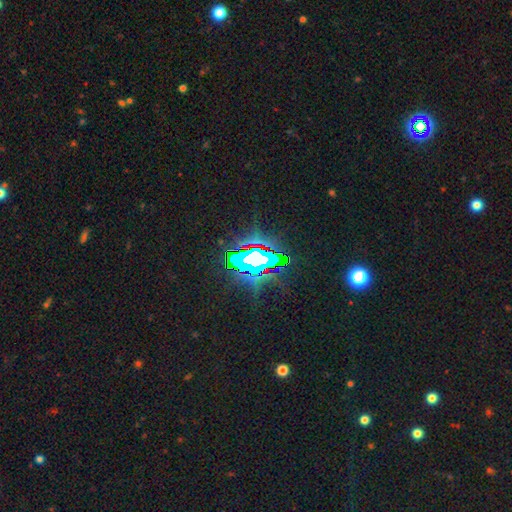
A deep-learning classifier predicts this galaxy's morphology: Smooth or featured? star or artifact (69%)